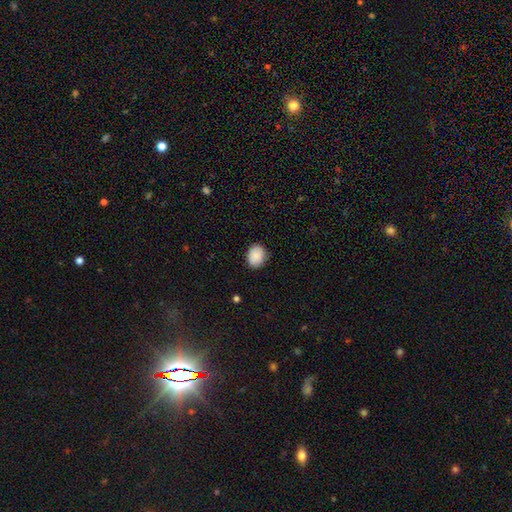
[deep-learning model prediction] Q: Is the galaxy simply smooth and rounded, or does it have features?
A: smooth — 90%.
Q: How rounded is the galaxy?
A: round — 50%.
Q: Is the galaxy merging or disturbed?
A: none — 84%.